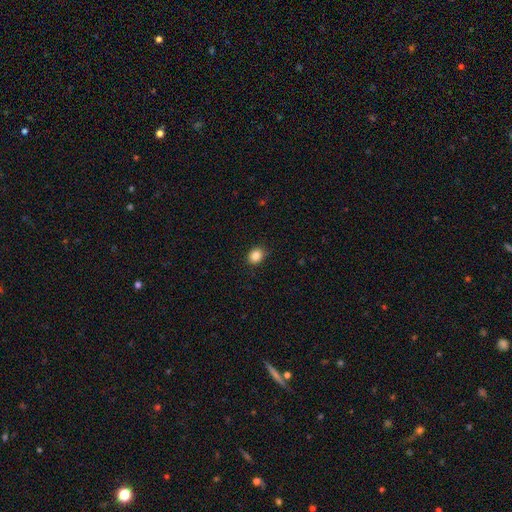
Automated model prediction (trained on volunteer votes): smooth 85%, star or artifact 10%, featured or disk 5%. Down the decision tree: how rounded — round (52%); merging — none (87%).